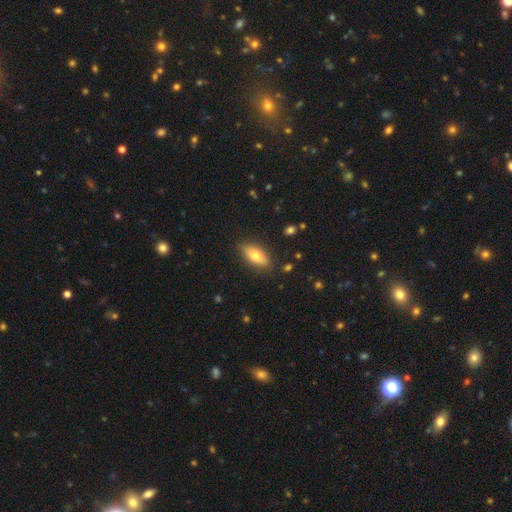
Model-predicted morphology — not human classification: This appears to be a smooth galaxy with no disk features (69%) that is in between round and cigar-shaped (79%). Merging: none (83%).